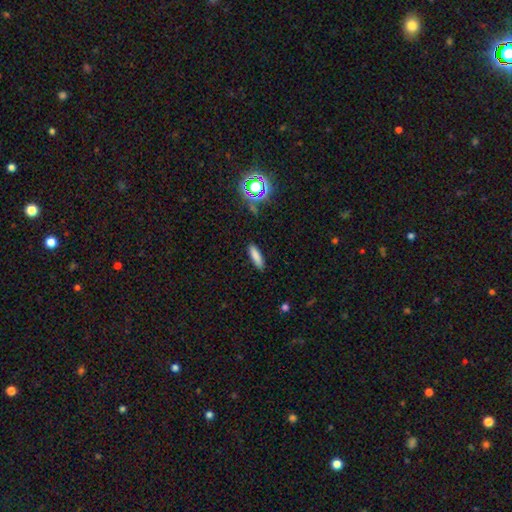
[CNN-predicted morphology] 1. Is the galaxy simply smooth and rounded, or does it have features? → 82% smooth, 11% star or artifact, 7% featured or disk.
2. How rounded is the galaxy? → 64% cigar-shaped, 34% in between, 2% round.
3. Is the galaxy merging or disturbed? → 87% none, 9% minor disturbance, 2% major disturbance, 1% merger.